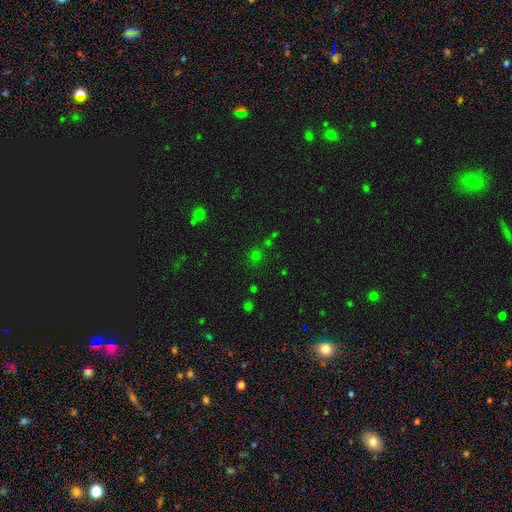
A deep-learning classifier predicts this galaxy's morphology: Q: Smooth or featured?
A: smooth (57%); runner-up: star or artifact (36%)
Q: How rounded?
A: round (88%); runner-up: in between (11%)
Q: Merging?
A: none (75%); runner-up: minor disturbance (10%)